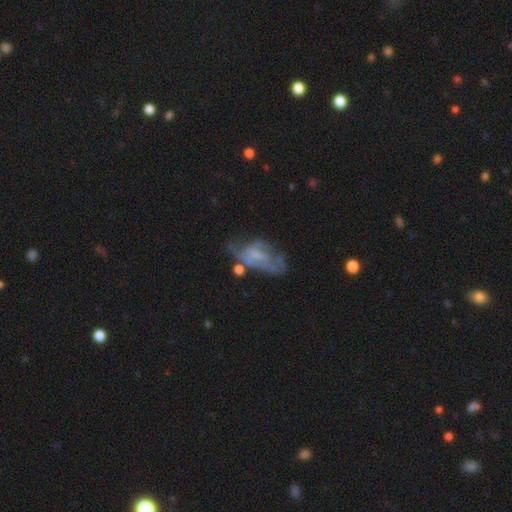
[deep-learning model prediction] Q: Smooth or featured?
A: featured or disk (62%); runner-up: smooth (27%)
Q: Edge-on disk?
A: no (94%); runner-up: yes (6%)
Q: Bar?
A: no (57%); runner-up: weak (33%)
Q: Spiral arms?
A: yes (53%); runner-up: no (47%)
Q: Bulge size?
A: none (46%); runner-up: small (30%)
Q: Merging?
A: major disturbance (35%); runner-up: none (30%)